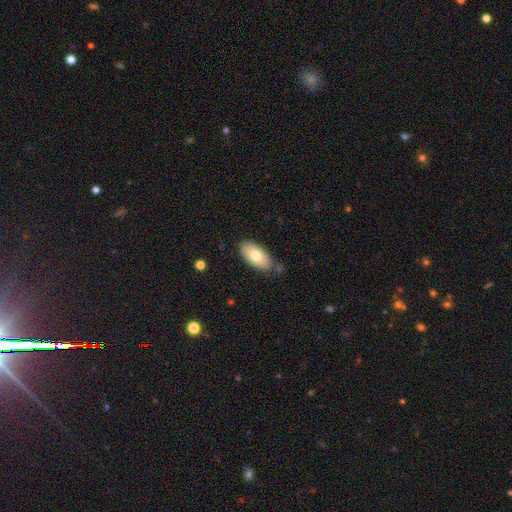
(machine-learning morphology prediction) Smooth or featured?
  - smooth: 73% *
  - featured or disk: 21%
  - star or artifact: 7%
How rounded?
  - in between: 93% *
  - cigar-shaped: 4%
  - round: 3%
Merging?
  - none: 79% *
  - minor disturbance: 15%
  - merger: 3%
  - major disturbance: 3%